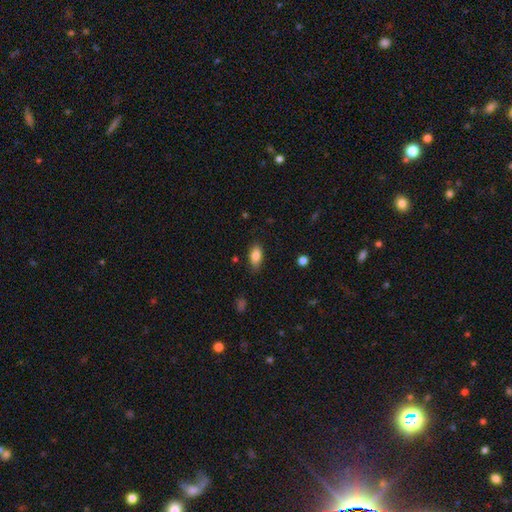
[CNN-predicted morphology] This is clearly a smooth galaxy (85%). How rounded: clearly in between (89%). Merging: clearly none (81%).